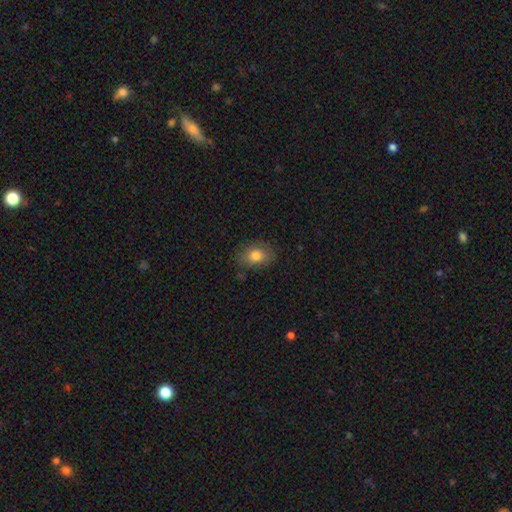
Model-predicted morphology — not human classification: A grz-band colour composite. It shows a smooth galaxy with no disk features (82%) that is in between round and cigar-shaped (73%). Merging: none (79%).